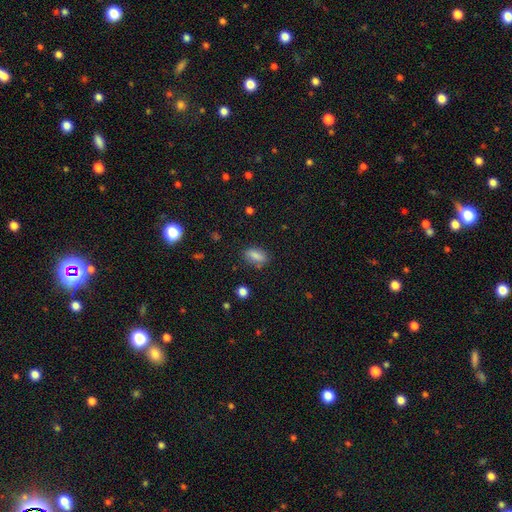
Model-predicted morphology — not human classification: Smooth or featured?
  - smooth: 80% *
  - star or artifact: 10%
  - featured or disk: 10%
How rounded?
  - in between: 83% *
  - round: 9%
  - cigar-shaped: 8%
Merging?
  - none: 75% *
  - minor disturbance: 18%
  - major disturbance: 5%
  - merger: 3%